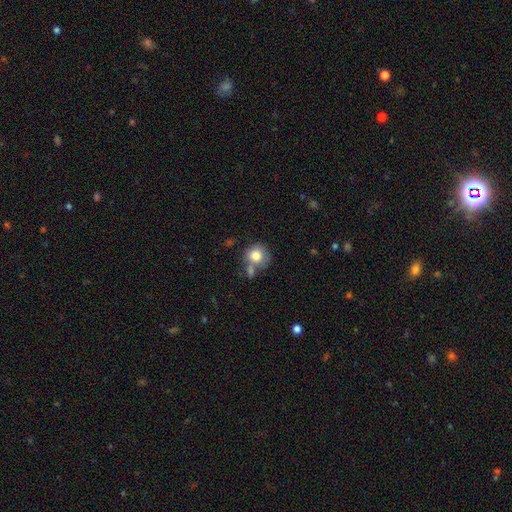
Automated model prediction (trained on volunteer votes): Smooth or featured? smooth (79%)
How rounded? round (85%)
Merging? none (48%)